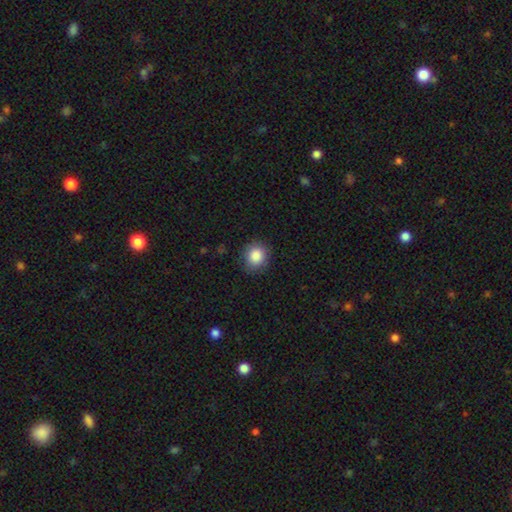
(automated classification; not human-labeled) Smooth or featured?
  - smooth: 87% *
  - star or artifact: 9%
  - featured or disk: 4%
How rounded?
  - round: 80% *
  - in between: 19%
  - cigar-shaped: 1%
Merging?
  - none: 84% *
  - minor disturbance: 12%
  - major disturbance: 3%
  - merger: 1%